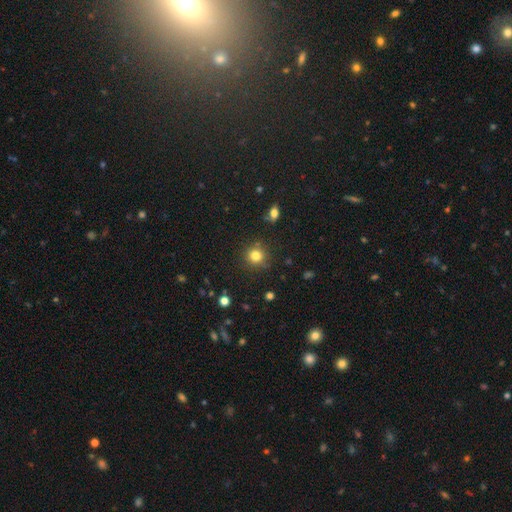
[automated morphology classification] Smooth or featured? Predicted: smooth (p=0.81). How rounded? Predicted: round (p=0.91). Merging? Predicted: none (p=0.86).